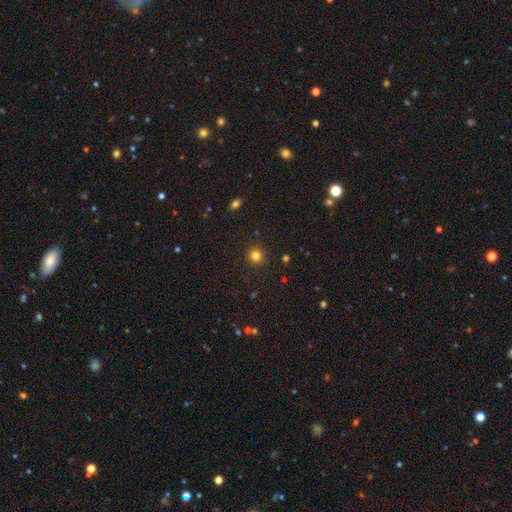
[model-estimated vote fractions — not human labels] A smooth galaxy with no disk features (82%) that is round (92%). Merging: none (91%).